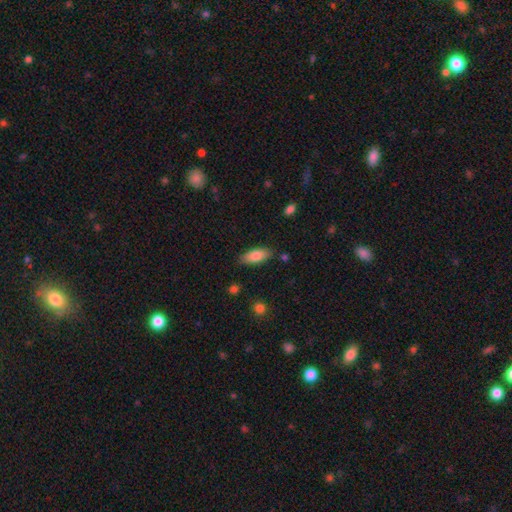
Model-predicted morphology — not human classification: A smooth galaxy with no disk features (82%) that is in between round and cigar-shaped (79%).

Vote fractions:
- Smooth or featured? smooth: 82% / featured or disk: 12% / star or artifact: 7%
- How rounded? in between: 79% / cigar-shaped: 19% / round: 2%
- Merging? none: 83% / minor disturbance: 12% / major disturbance: 3% / merger: 2%